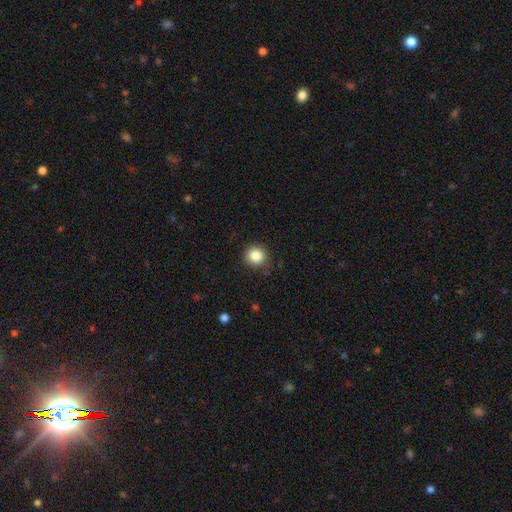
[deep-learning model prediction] smooth-or-featured: smooth: 85% | star or artifact: 10% | featured or disk: 5%
  how-rounded: round: 90% | in between: 10% | cigar-shaped: 1%
  merging: none: 84% | minor disturbance: 12% | major disturbance: 3% | merger: 1%